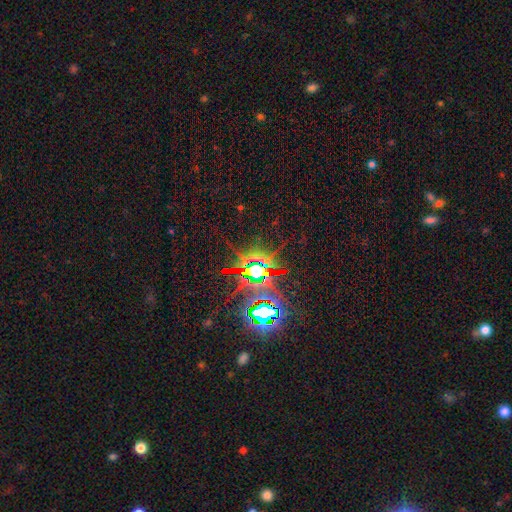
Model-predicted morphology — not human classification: A star or artifact, not a galaxy (83%).